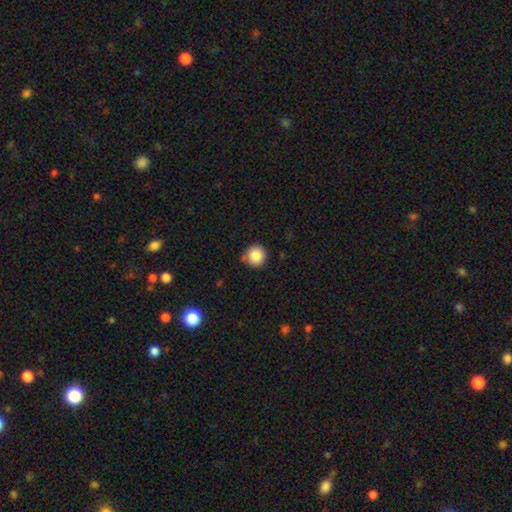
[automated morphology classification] A smooth galaxy with no disk features (85%) that is round (95%). Merging: none (80%).